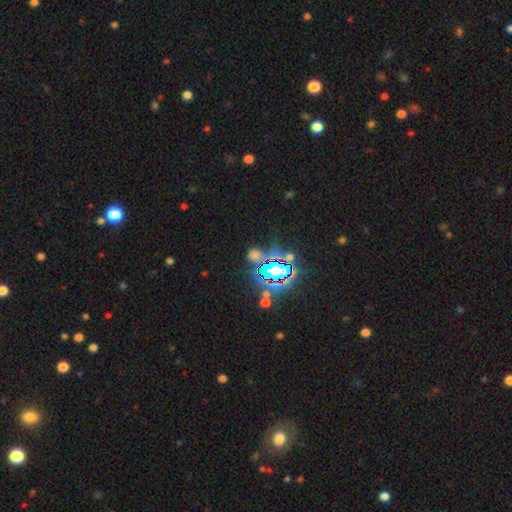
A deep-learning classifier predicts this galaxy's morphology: This is likely a star or artifact rather than a galaxy (65%).